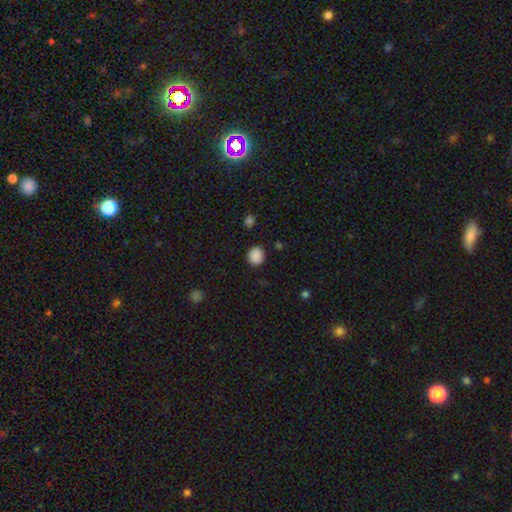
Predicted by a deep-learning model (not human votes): Smooth or featured? smooth (86%)
How rounded? round (83%)
Merging? none (83%)